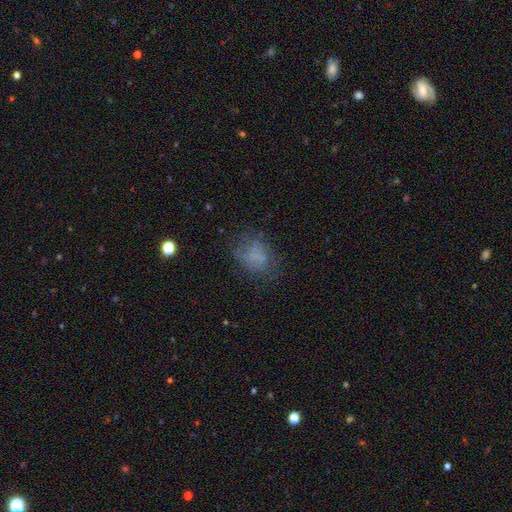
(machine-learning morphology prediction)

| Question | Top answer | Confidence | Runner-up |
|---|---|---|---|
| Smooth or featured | smooth | 60% | featured or disk (23%) |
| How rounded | in between | 56% | round (43%) |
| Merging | none | 60% | minor disturbance (20%) |